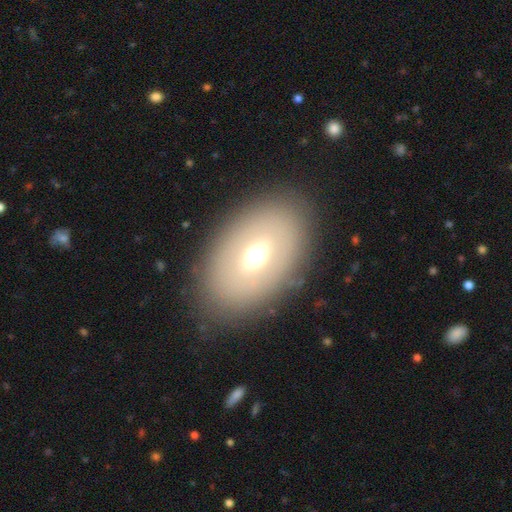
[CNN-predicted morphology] smooth 55%, featured or disk 35%, star or artifact 9%. Down the decision tree: how rounded — in between (85%); merging — none (85%).